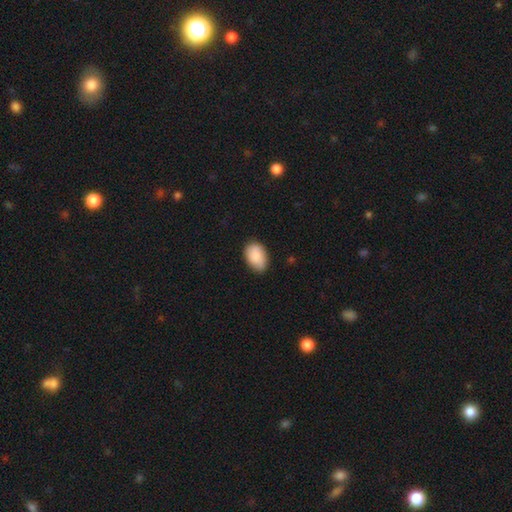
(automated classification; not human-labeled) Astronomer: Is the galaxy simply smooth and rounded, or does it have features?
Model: smooth — 88%.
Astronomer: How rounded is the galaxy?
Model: in between — 89%.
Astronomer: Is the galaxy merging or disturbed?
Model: none — 74%.